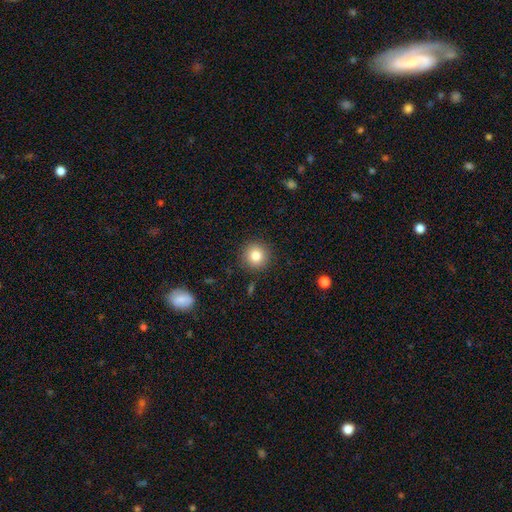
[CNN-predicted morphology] smooth_or_featured: smooth (p=0.82) [alt: star or artifact p=0.10]
how_rounded: round (p=0.94) [alt: in between p=0.05]
merging: none (p=0.90) [alt: minor disturbance p=0.06]